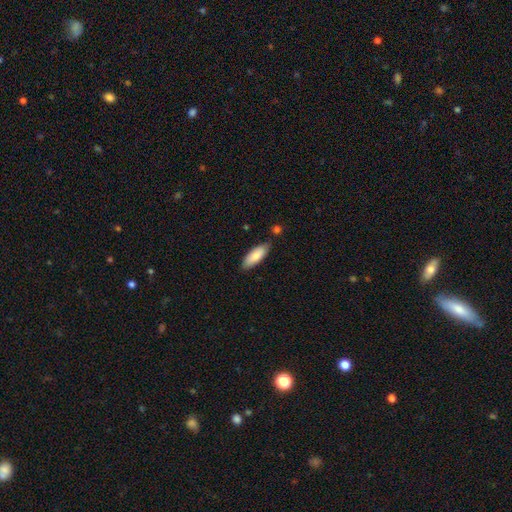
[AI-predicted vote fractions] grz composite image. It shows a smooth galaxy with no disk features (81%) that is in between round and cigar-shaped (70%). Merging: none (80%).